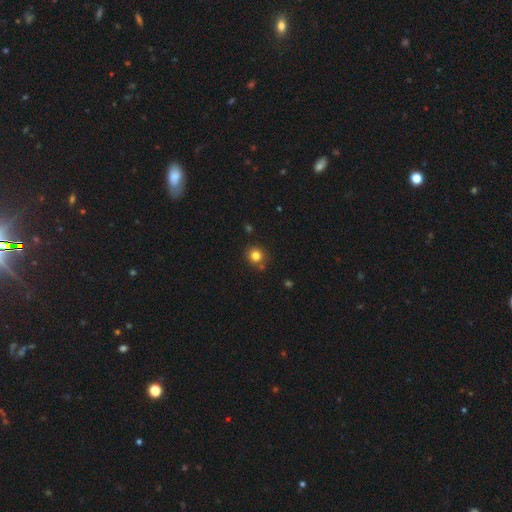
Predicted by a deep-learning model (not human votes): Smooth or featured: smooth — 82% (star or artifact — 12%)
How rounded: round — 88% (in between — 11%)
Merging: none — 81% (minor disturbance — 10%)